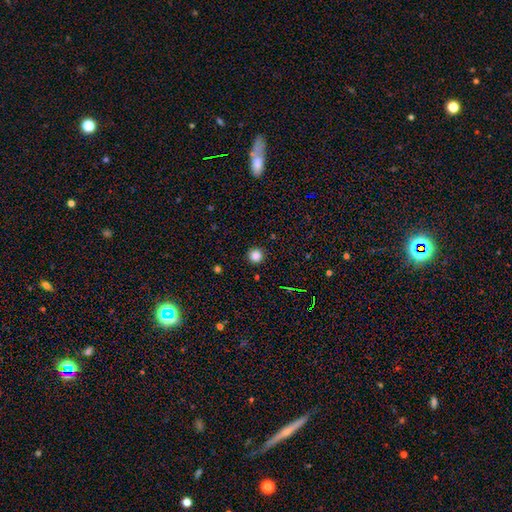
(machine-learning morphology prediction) A smooth galaxy with no disk features (85%) that is round (96%).

Vote fractions:
- Smooth or featured? smooth: 85% / star or artifact: 12% / featured or disk: 3%
- How rounded? round: 96% / in between: 3% / cigar-shaped: 1%
- Merging? none: 92% / minor disturbance: 5% / major disturbance: 2% / merger: 1%